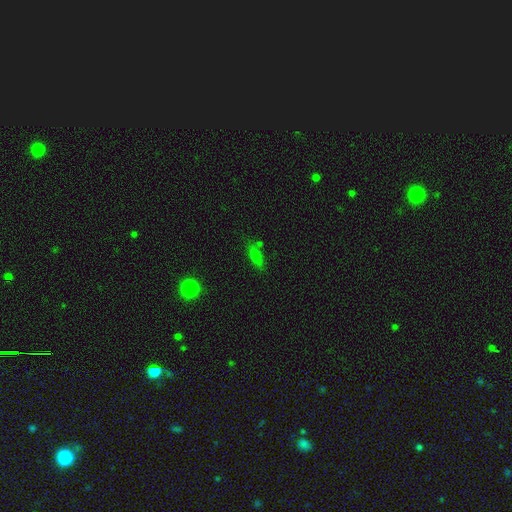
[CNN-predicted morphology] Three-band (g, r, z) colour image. It shows a smooth galaxy with no disk features (67%) that is in between round and cigar-shaped (62%). Merging: none (71%).